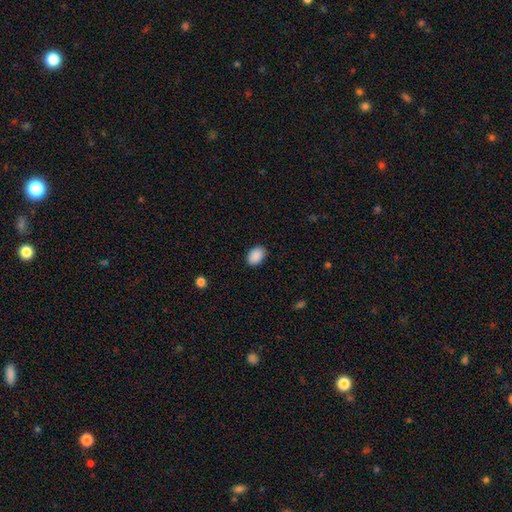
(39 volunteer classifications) Overall: smooth (92%). How rounded: in between (78%). Merging: none (89%).